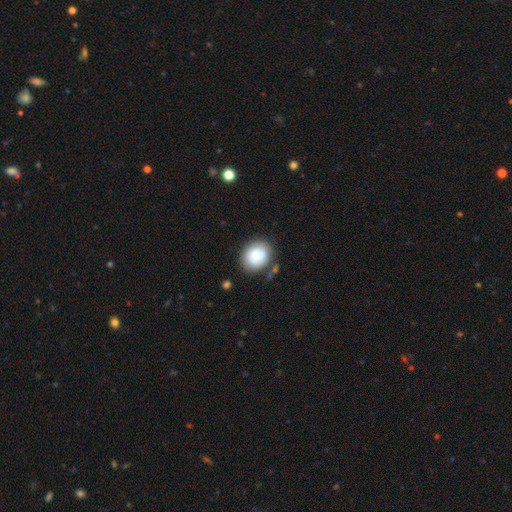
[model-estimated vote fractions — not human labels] A smooth galaxy with no disk features (80%) that is round (65%). Merging: none (77%).